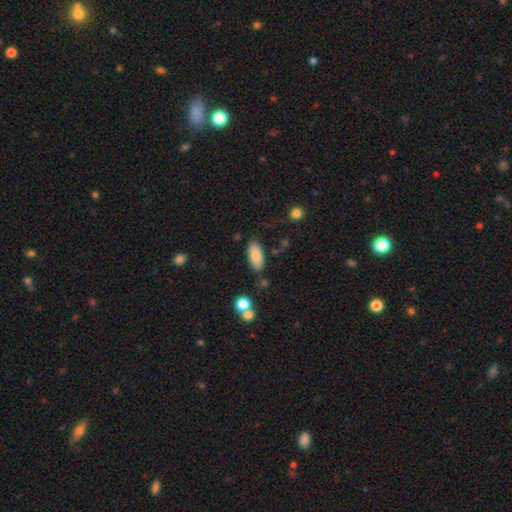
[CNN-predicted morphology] smooth 78%, featured or disk 14%, star or artifact 7%. Down the decision tree: how rounded — in between (90%); merging — none (79%).